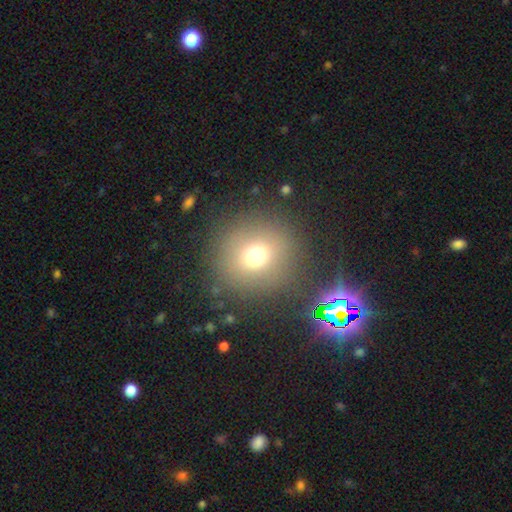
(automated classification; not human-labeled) Smooth or featured: smooth — 69% (star or artifact — 20%)
How rounded: round — 92% (in between — 7%)
Merging: none — 84% (minor disturbance — 8%)